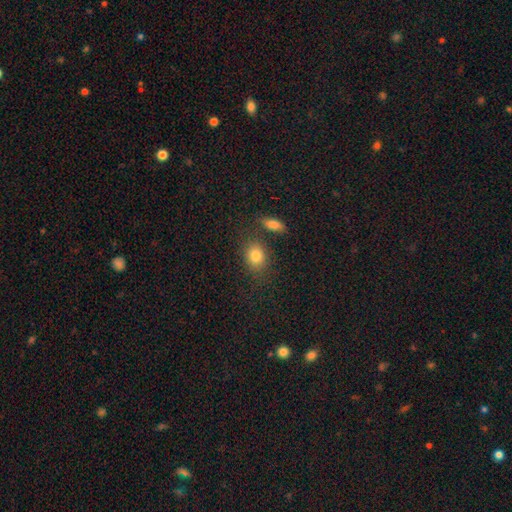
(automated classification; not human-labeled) A smooth galaxy with no disk features (82%) that is in between round and cigar-shaped (52%).

Vote fractions:
- Smooth or featured? smooth: 82% / star or artifact: 10% / featured or disk: 8%
- How rounded? in between: 52% / round: 46% / cigar-shaped: 2%
- Merging? none: 74% / minor disturbance: 12% / merger: 10% / major disturbance: 4%